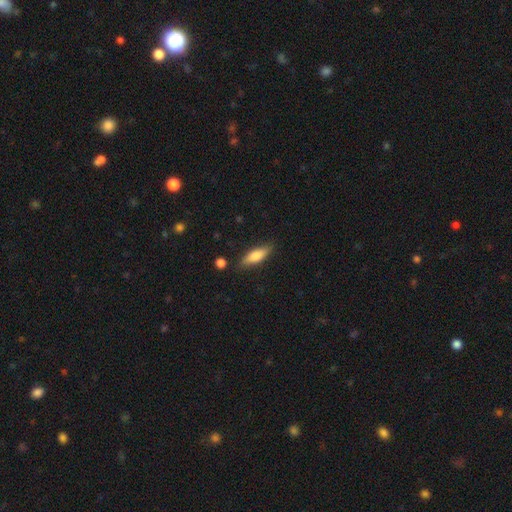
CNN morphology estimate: This is likely a smooth galaxy (77%). How rounded: possibly in between (56%). Merging: clearly none (80%).